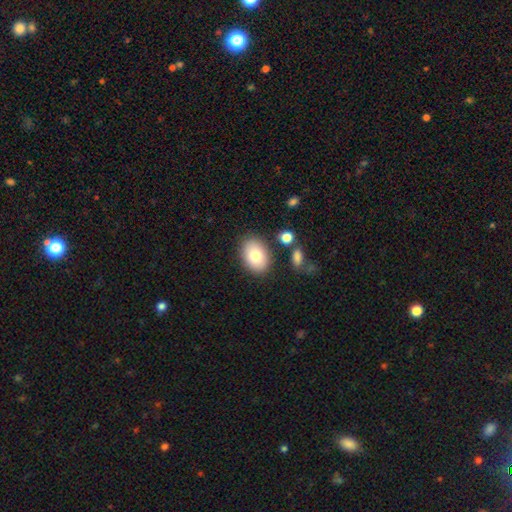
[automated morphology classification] type=smooth (80%); roundness=in between (82%); merging=none (82%).